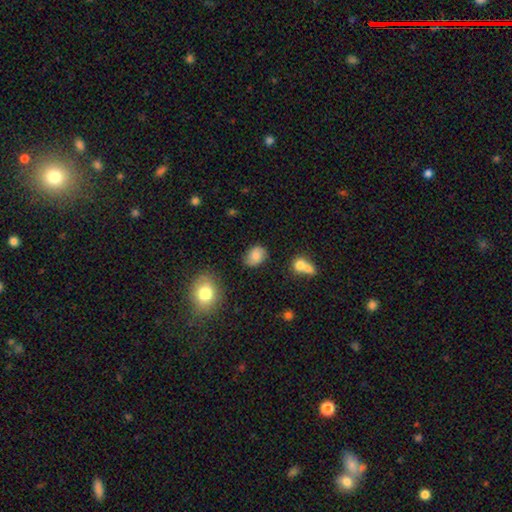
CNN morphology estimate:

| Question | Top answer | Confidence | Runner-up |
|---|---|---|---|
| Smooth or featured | smooth | 74% | featured or disk (16%) |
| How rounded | in between | 72% | round (27%) |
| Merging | none | 77% | minor disturbance (16%) |